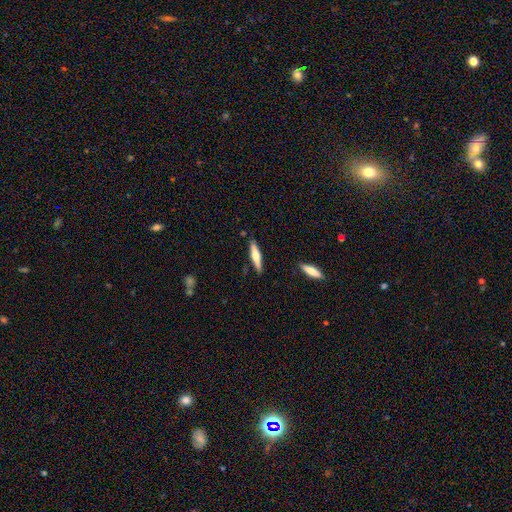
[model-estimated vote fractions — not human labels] A smooth galaxy with no disk features (47%, tied with featured or disk). Merging: none (86%).